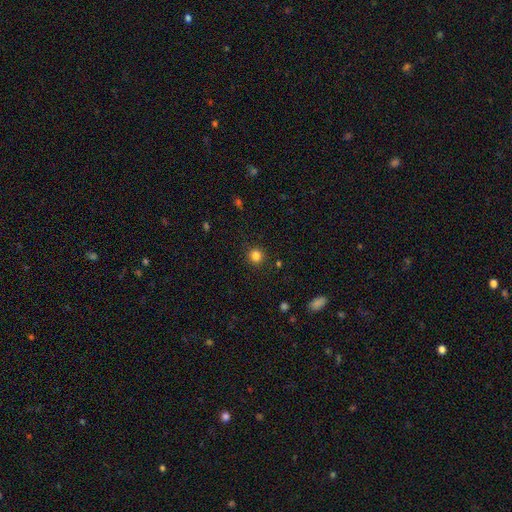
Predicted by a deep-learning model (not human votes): This appears to be a smooth galaxy with no disk features (83%) that is round (90%). Merging: none (90%).